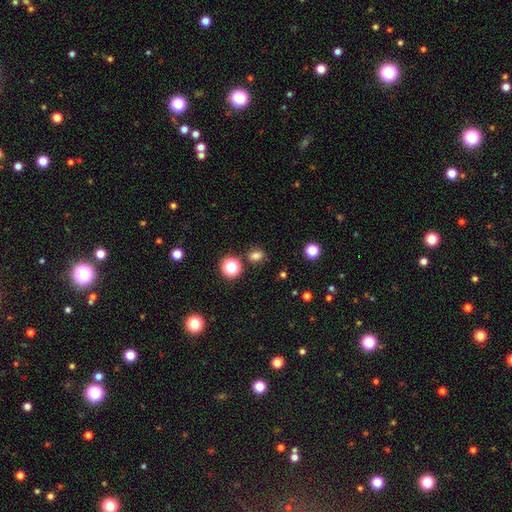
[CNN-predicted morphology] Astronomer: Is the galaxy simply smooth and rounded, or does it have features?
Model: smooth — 76%.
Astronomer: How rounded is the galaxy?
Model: in between — 54% (runner-up: round, 45%).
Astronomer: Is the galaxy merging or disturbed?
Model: none — 81%.